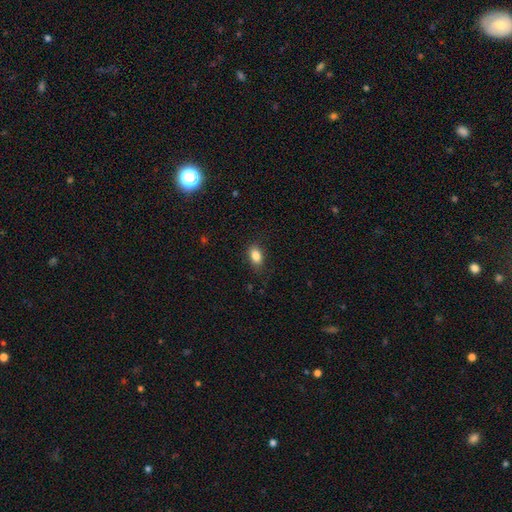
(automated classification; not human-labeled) Morphology: type=smooth (86%); roundness=in between (88%); merging=none (83%).